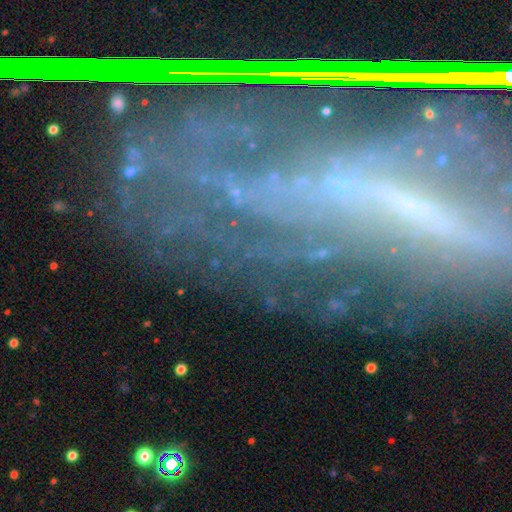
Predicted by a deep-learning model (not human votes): Smooth or featured? Predicted: featured or disk (p=0.64). Edge-on disk? Predicted: no (p=0.75). Merging? Predicted: none (p=0.62).